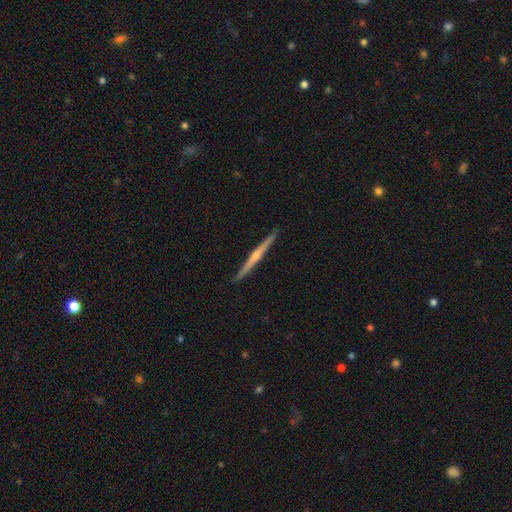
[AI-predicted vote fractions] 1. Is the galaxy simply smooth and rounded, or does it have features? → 75% featured or disk, 19% smooth, 6% star or artifact.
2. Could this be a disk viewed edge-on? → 98% yes, 2% no.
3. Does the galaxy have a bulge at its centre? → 75% rounded, 19% none, 6% boxy.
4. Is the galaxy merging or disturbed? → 91% none, 6% minor disturbance, 1% major disturbance, 1% merger.